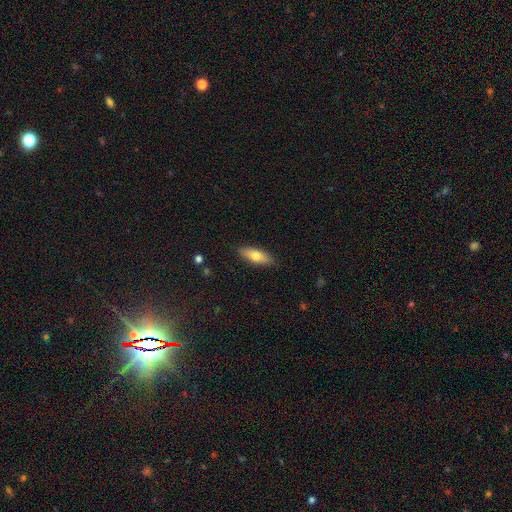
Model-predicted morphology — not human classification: The model was most divided on "how rounded": in between: 61%, cigar-shaped: 37%, round: 3%. More confident: merging — none (87%); smooth or featured — smooth (68%).